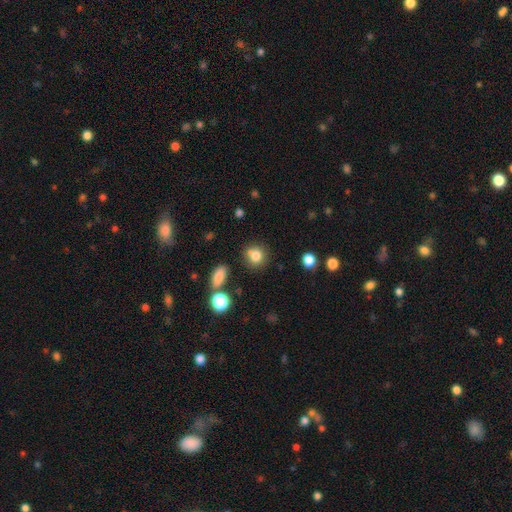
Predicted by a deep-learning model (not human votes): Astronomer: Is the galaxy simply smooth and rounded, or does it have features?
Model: smooth — 81%.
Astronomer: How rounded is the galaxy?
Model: round — 80%.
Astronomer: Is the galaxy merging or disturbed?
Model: none — 69%.